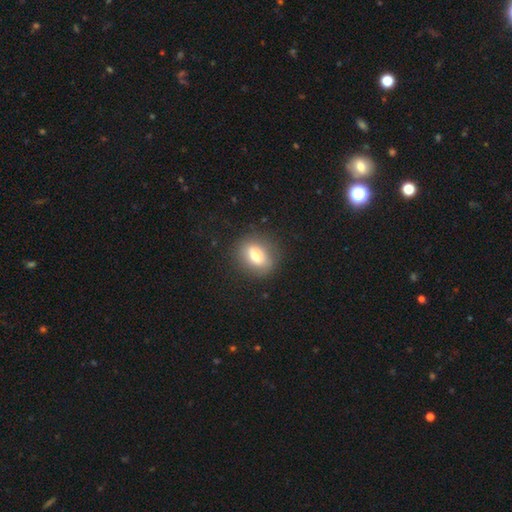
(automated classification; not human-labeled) This appears to be a smooth galaxy with no disk features (73%) that is in between round and cigar-shaped (61%). Merging: none (84%).